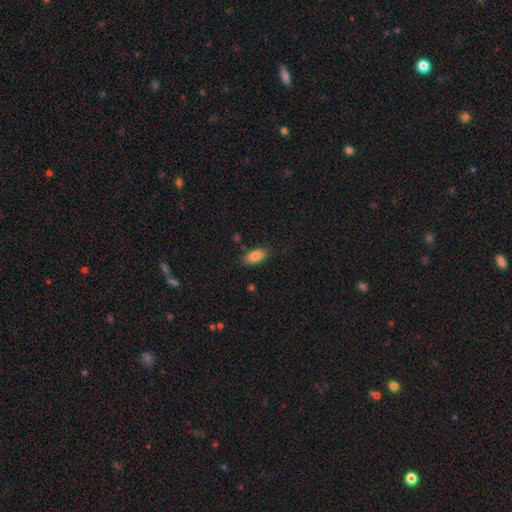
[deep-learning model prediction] smooth 86%, star or artifact 8%, featured or disk 7%. Down the decision tree: how rounded — in between (92%); merging — none (80%).